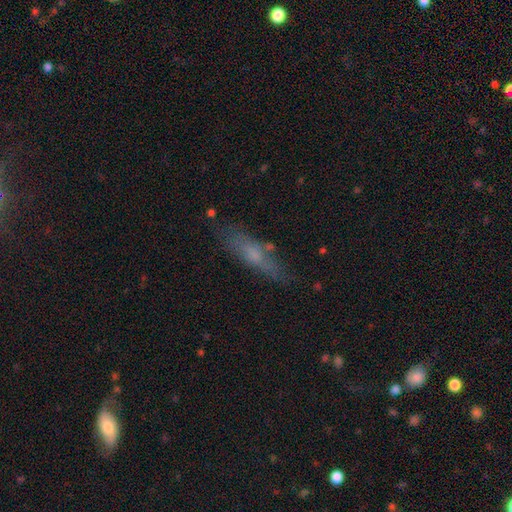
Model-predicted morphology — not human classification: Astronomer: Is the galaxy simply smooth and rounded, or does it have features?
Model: smooth — 55% (runner-up: featured or disk, 36%).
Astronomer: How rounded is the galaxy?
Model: cigar-shaped — 70%.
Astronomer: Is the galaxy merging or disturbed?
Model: none — 71%.